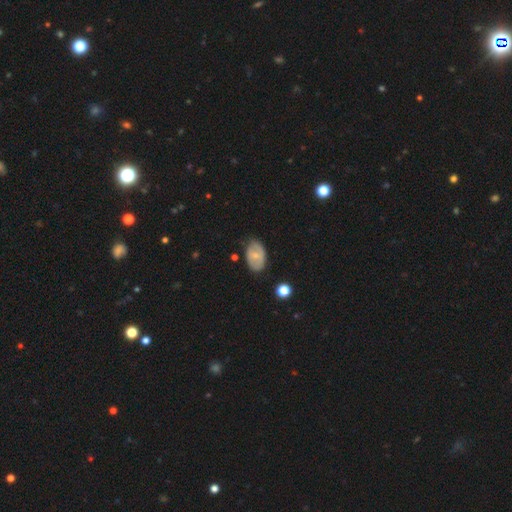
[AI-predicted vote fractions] smooth 50%, featured or disk 43%, star or artifact 7%. Down the decision tree: merging — none (70%).